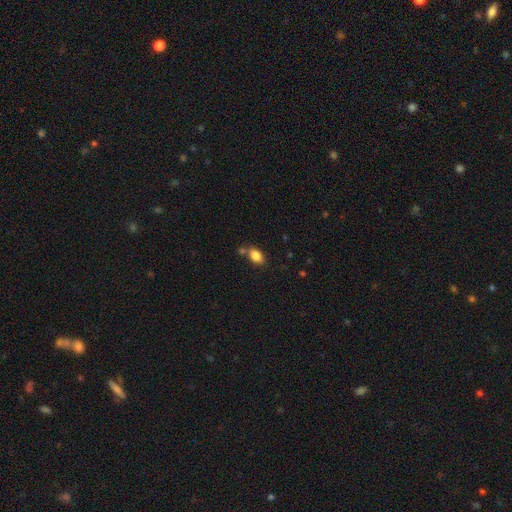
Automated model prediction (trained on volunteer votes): Smooth or featured? Predicted: smooth (p=0.85). How rounded? Predicted: in between (p=0.86). Merging? Predicted: none (p=0.66).